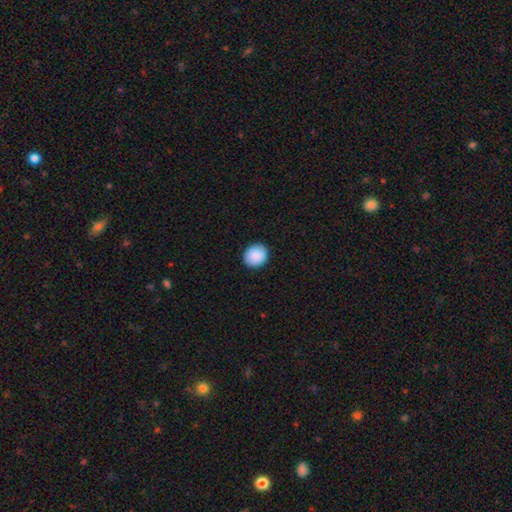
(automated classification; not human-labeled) A smooth galaxy with no disk features (89%) that is round (70%).

Vote fractions:
- Smooth or featured? smooth: 89% / star or artifact: 7% / featured or disk: 3%
- How rounded? round: 70% / in between: 29% / cigar-shaped: 1%
- Merging? none: 90% / minor disturbance: 7% / major disturbance: 2% / merger: 1%